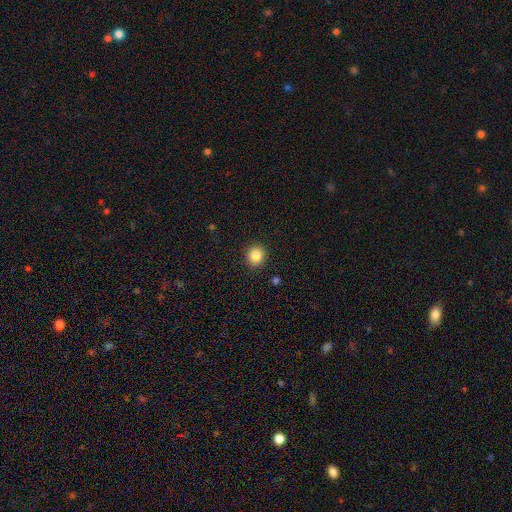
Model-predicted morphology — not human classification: Q: Smooth or featured?
A: smooth (86%); runner-up: star or artifact (10%)
Q: How rounded?
A: round (84%); runner-up: in between (15%)
Q: Merging?
A: none (91%); runner-up: minor disturbance (6%)